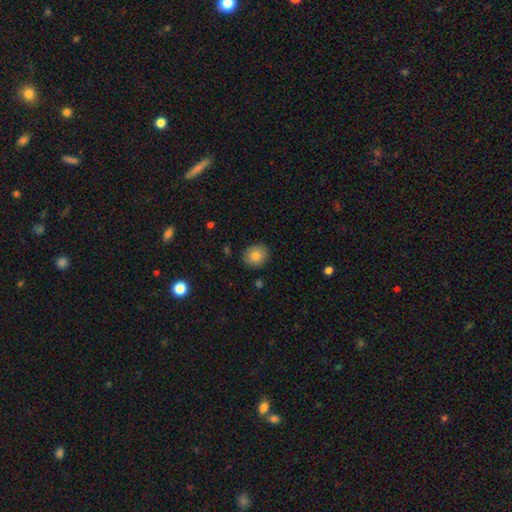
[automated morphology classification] Q: Smooth or featured?
A: smooth (82%); runner-up: featured or disk (9%)
Q: How rounded?
A: round (64%); runner-up: in between (35%)
Q: Merging?
A: none (88%); runner-up: minor disturbance (9%)